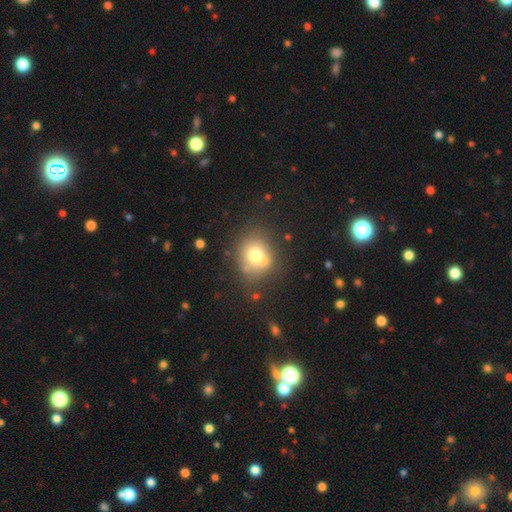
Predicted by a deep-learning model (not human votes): Q: Smooth or featured?
A: smooth (68%); runner-up: featured or disk (19%)
Q: How rounded?
A: round (74%); runner-up: in between (25%)
Q: Merging?
A: none (62%); runner-up: minor disturbance (16%)